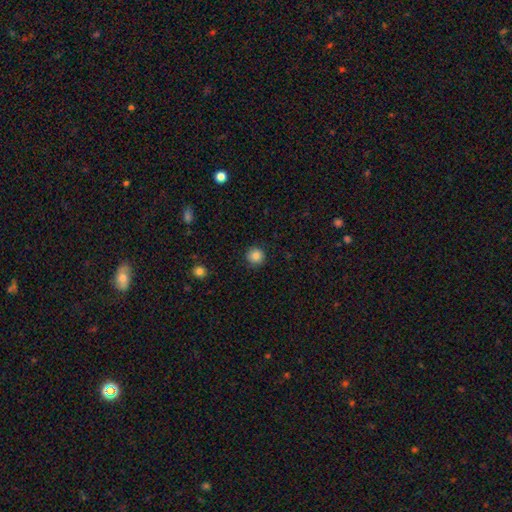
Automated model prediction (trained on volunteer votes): Overall: smooth (85%). How rounded: round (94%). Merging: none (88%).